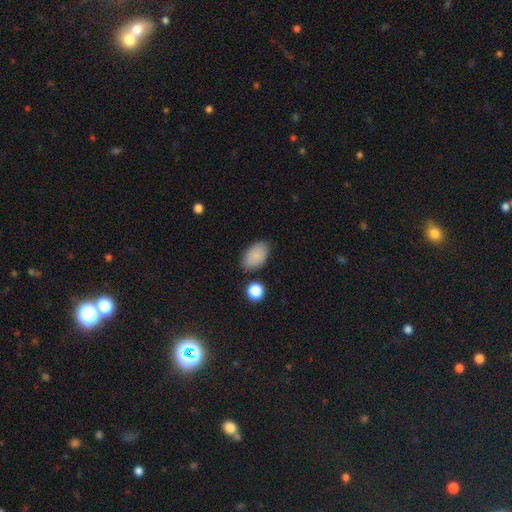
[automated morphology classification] This is clearly a smooth galaxy (87%). How rounded: clearly in between (91%). Merging: likely none (79%).